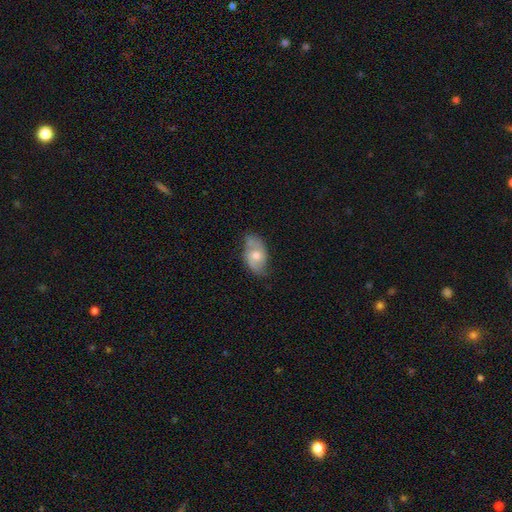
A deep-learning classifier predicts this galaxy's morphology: Q: Smooth or featured?
A: featured or disk (53%); runner-up: smooth (40%)
Q: Edge-on disk?
A: no (93%); runner-up: yes (7%)
Q: Merging?
A: none (66%); runner-up: minor disturbance (26%)